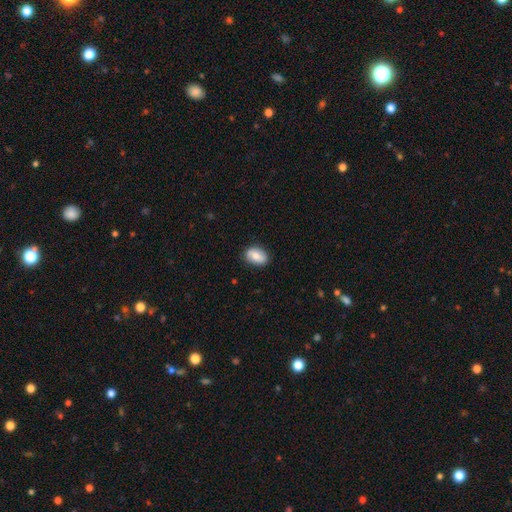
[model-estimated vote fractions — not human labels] The model was most divided on "smooth or featured": smooth: 74%, featured or disk: 19%, star or artifact: 7%. More confident: merging — none (84%); how rounded — in between (84%).